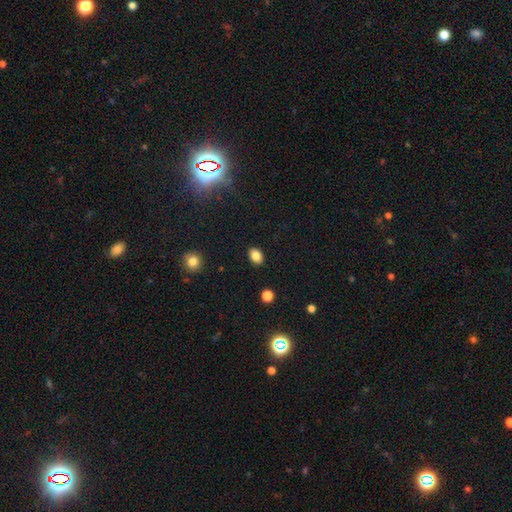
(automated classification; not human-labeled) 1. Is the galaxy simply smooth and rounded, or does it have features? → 84% smooth, 10% star or artifact, 5% featured or disk.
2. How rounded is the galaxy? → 77% in between, 22% round, 1% cigar-shaped.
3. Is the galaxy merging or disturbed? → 89% none, 8% minor disturbance, 2% major disturbance, 1% merger.